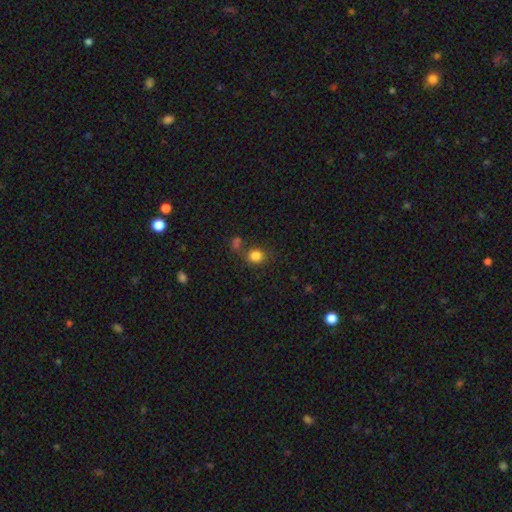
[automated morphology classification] type=smooth (82%); roundness=round (79%); merging=none (69%).